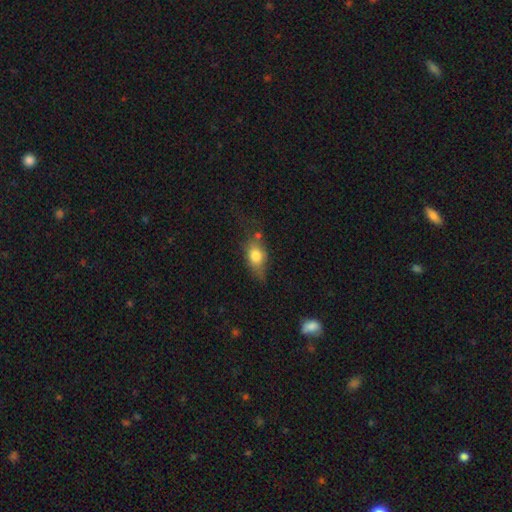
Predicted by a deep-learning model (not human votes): This appears to be a smooth galaxy with no disk features (73%) that is in between round and cigar-shaped (72%). Merging: none (44%).